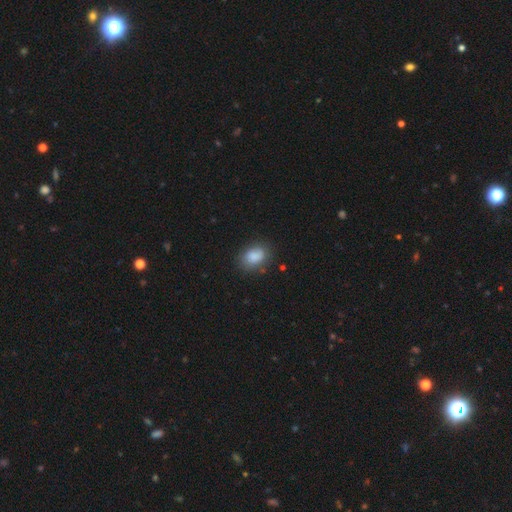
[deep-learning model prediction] smooth_or_featured: smooth (p=0.85) [alt: star or artifact p=0.08]
how_rounded: in between (p=0.75) [alt: round p=0.24]
merging: none (p=0.73) [alt: minor disturbance p=0.19]